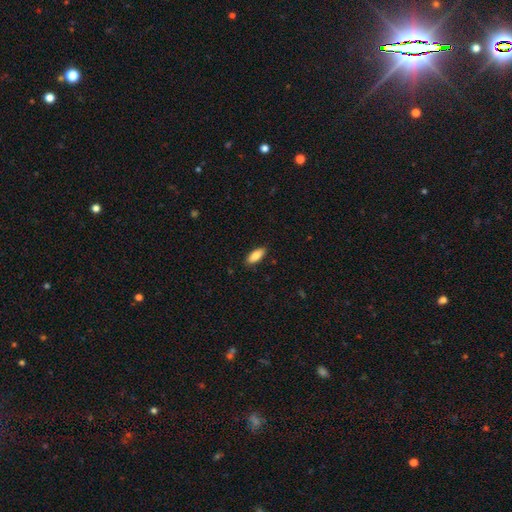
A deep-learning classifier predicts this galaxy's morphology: smooth 86%, featured or disk 8%, star or artifact 6%. Down the decision tree: how rounded — in between (83%); merging — none (87%).